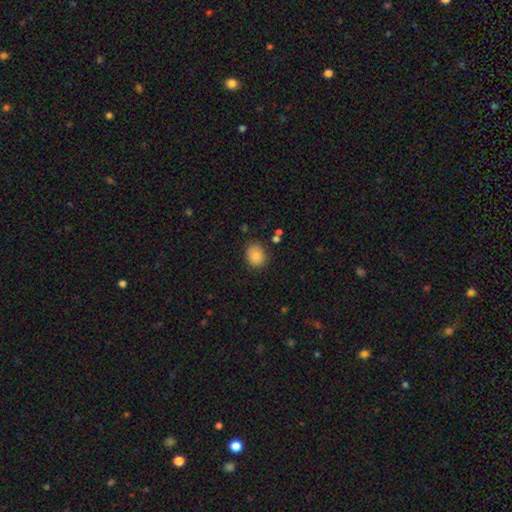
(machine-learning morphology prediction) A smooth galaxy with no disk features (83%) that is round (63%).

Vote fractions:
- Smooth or featured? smooth: 83% / star or artifact: 9% / featured or disk: 8%
- How rounded? round: 63% / in between: 36% / cigar-shaped: 1%
- Merging? none: 83% / minor disturbance: 12% / major disturbance: 3% / merger: 2%